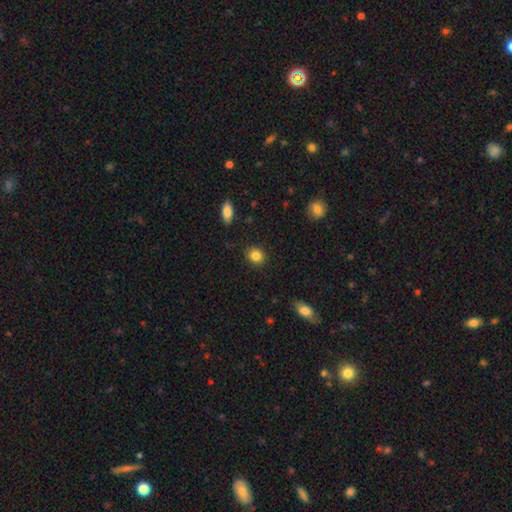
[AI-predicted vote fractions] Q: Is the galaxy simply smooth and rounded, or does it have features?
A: smooth — 85%.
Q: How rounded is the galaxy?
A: round — 75%.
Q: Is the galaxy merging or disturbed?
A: none — 89%.